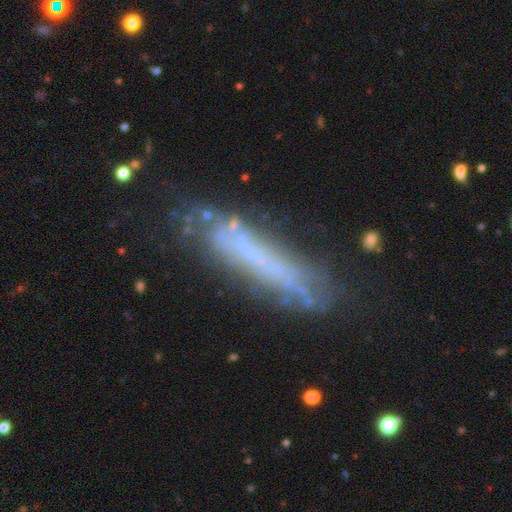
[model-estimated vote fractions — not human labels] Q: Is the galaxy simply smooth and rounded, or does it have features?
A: featured or disk — 55%.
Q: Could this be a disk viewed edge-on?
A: yes — 55%.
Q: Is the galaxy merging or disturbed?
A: none — 60%.